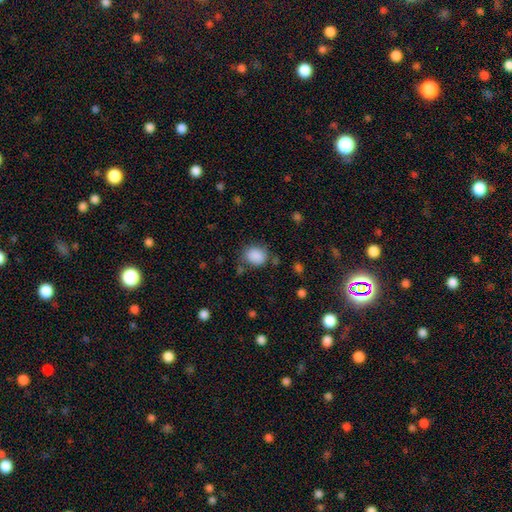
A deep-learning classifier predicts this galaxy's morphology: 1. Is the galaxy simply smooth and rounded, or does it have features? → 87% smooth, 9% star or artifact, 4% featured or disk.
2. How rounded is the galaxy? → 61% round, 39% in between, 1% cigar-shaped.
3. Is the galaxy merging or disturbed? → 73% none, 17% minor disturbance, 6% major disturbance, 4% merger.